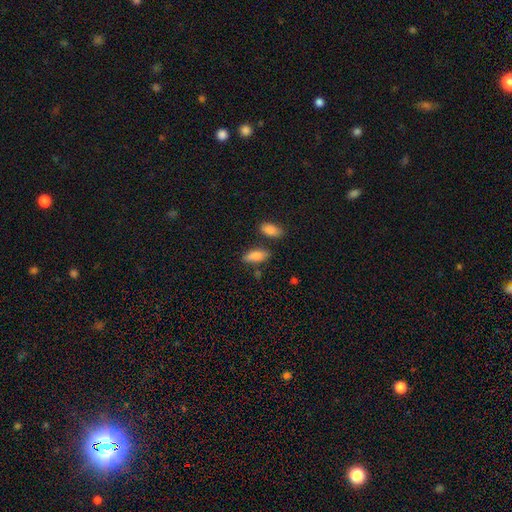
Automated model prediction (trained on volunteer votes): smooth_or_featured: smooth (p=0.85) [alt: featured or disk p=0.09]
how_rounded: in between (p=0.82) [alt: cigar-shaped p=0.15]
merging: none (p=0.72) [alt: minor disturbance p=0.15]